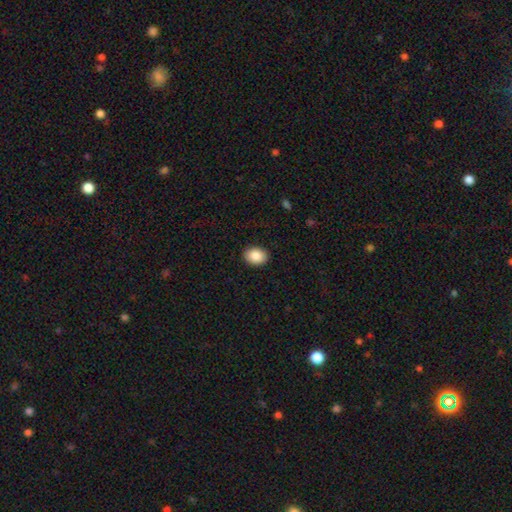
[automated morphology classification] Smooth or featured? Predicted: smooth (p=0.88). How rounded? Predicted: in between (p=0.66). Merging? Predicted: none (p=0.91).